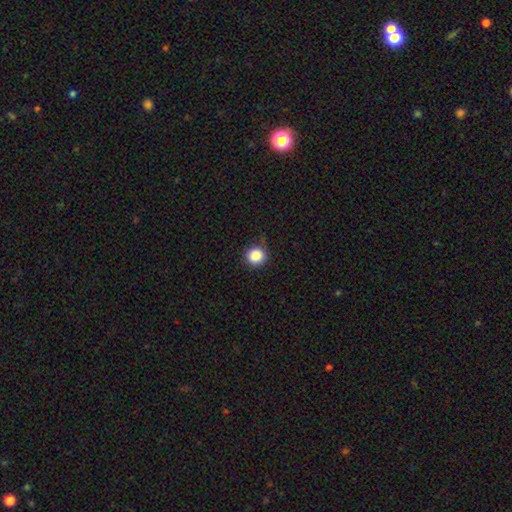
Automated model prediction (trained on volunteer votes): Overall: smooth (87%). How rounded: round (93%). Merging: none (82%).